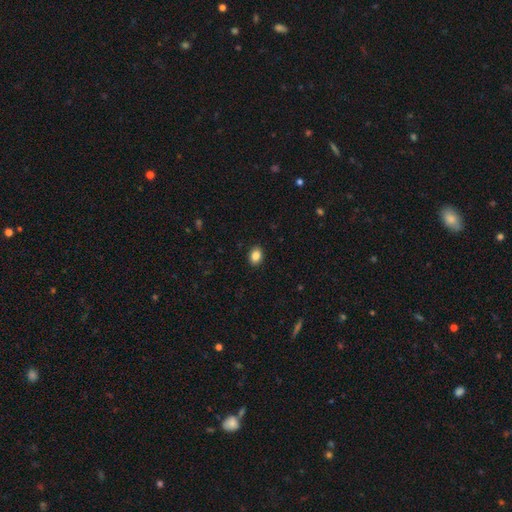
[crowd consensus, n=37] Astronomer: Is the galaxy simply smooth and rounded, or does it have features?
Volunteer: smooth — 95%.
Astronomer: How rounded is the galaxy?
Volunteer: in between — 86%.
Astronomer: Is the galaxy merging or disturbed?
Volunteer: none — 94%.